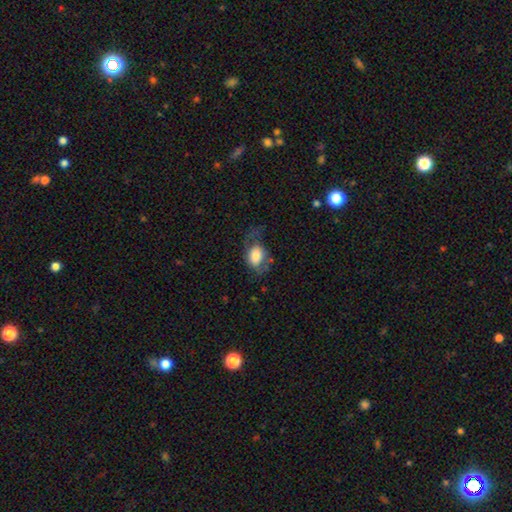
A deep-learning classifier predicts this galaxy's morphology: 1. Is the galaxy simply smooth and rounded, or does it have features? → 69% smooth, 24% featured or disk, 7% star or artifact.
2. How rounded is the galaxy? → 70% in between, 28% round, 1% cigar-shaped.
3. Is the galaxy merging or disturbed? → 37% none, 34% major disturbance, 26% minor disturbance, 3% merger.